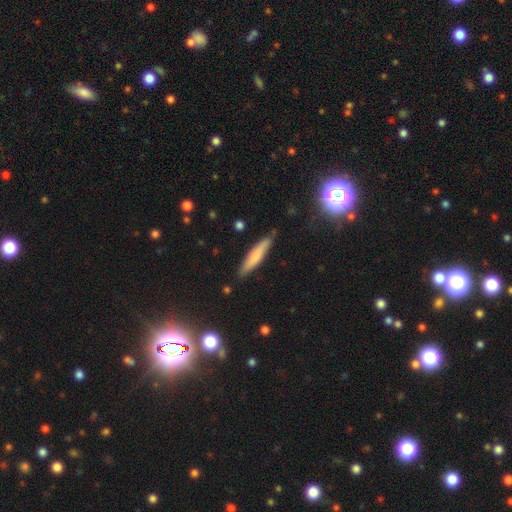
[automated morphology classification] Q: Smooth or featured?
A: smooth (70%); runner-up: featured or disk (24%)
Q: How rounded?
A: cigar-shaped (86%); runner-up: in between (12%)
Q: Merging?
A: none (84%); runner-up: minor disturbance (12%)